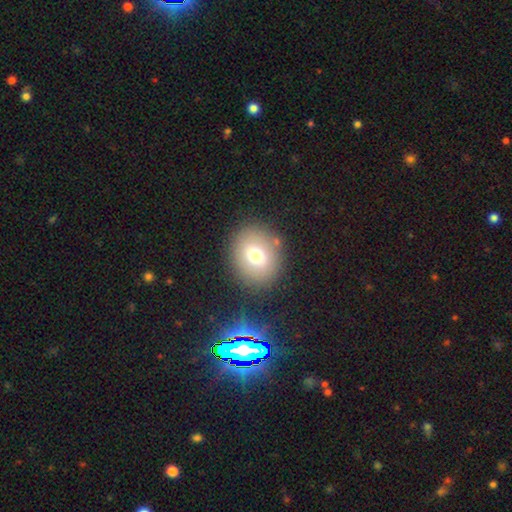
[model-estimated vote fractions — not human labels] A smooth galaxy with no disk features (70%) that is round (67%).

Vote fractions:
- Smooth or featured? smooth: 70% / featured or disk: 17% / star or artifact: 12%
- How rounded? round: 67% / in between: 32% / cigar-shaped: 1%
- Merging? none: 82% / minor disturbance: 10% / major disturbance: 4% / merger: 4%